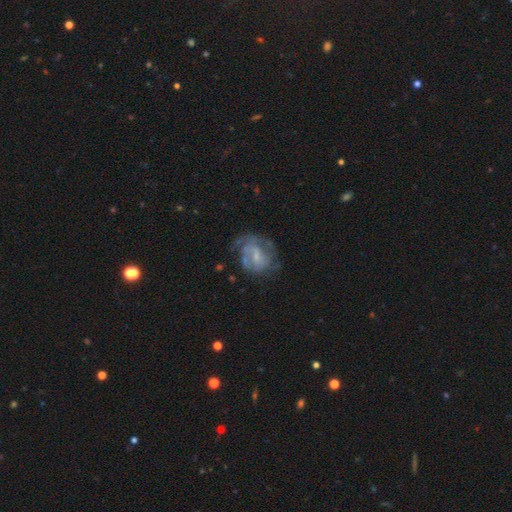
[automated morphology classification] Q: Smooth or featured?
A: featured or disk (71%); runner-up: smooth (21%)
Q: Edge-on disk?
A: no (98%); runner-up: yes (2%)
Q: Bar?
A: weak (50%); runner-up: no (38%)
Q: Spiral arms?
A: yes (79%); runner-up: no (21%)
Q: Spiral winding?
A: tight (44%); runner-up: medium (39%)
Q: Spiral arm count?
A: can't tell (36%); runner-up: 2 (34%)
Q: Bulge size?
A: small (47%); runner-up: moderate (26%)
Q: Merging?
A: none (55%); runner-up: minor disturbance (23%)